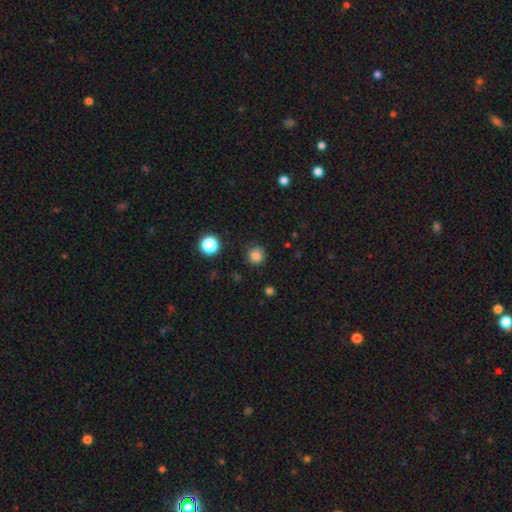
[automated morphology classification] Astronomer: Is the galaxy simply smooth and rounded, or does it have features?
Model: smooth — 82%.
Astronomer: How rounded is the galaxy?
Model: round — 92%.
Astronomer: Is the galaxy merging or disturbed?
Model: none — 84%.